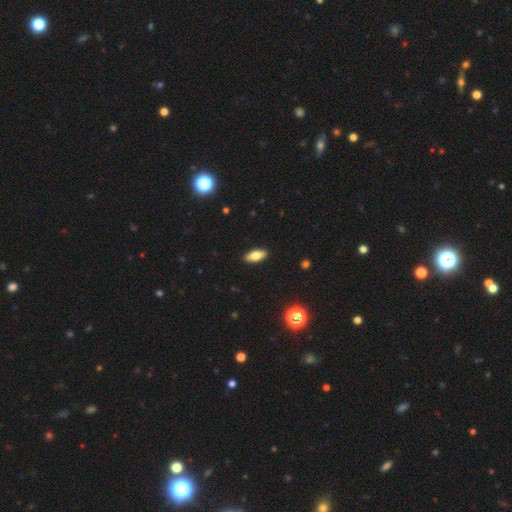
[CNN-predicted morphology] smooth_or_featured: smooth (p=0.70) [alt: featured or disk p=0.23]
how_rounded: in between (p=0.80) [alt: cigar-shaped p=0.17]
merging: none (p=0.90) [alt: minor disturbance p=0.07]